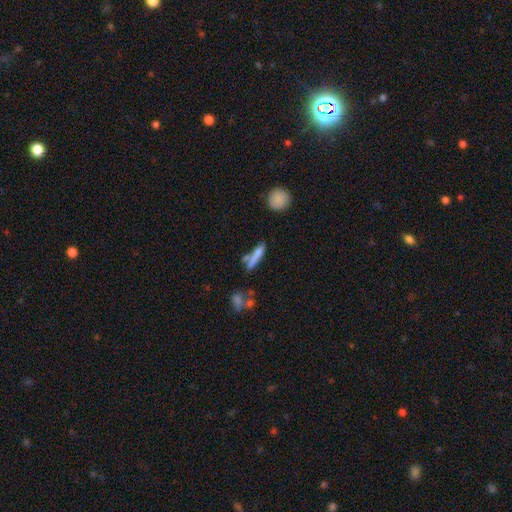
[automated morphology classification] Smooth or featured?
  - smooth: 69% *
  - featured or disk: 22%
  - star or artifact: 9%
How rounded?
  - cigar-shaped: 78% *
  - in between: 19%
  - round: 3%
Merging?
  - none: 52% *
  - merger: 24%
  - minor disturbance: 17%
  - major disturbance: 7%